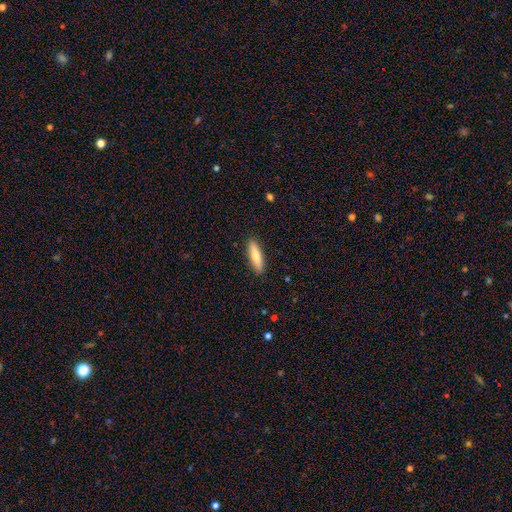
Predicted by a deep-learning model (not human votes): This is likely a smooth galaxy (70%). How rounded: likely cigar-shaped (68%). Merging: clearly none (90%).